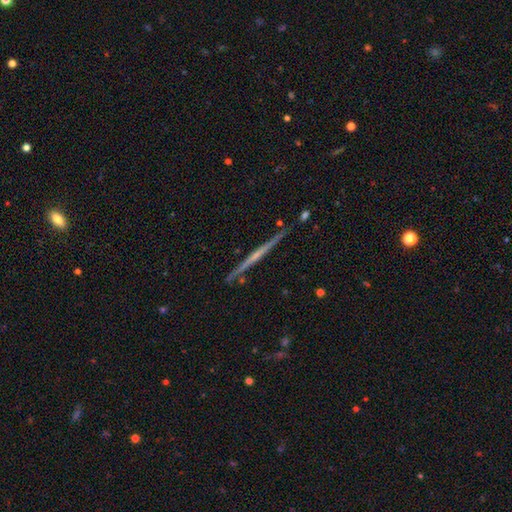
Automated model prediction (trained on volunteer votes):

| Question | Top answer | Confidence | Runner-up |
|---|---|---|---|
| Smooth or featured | featured or disk | 76% | smooth (18%) |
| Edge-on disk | yes | 98% | no (2%) |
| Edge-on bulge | none | 53% | rounded (39%) |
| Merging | none | 90% | minor disturbance (7%) |